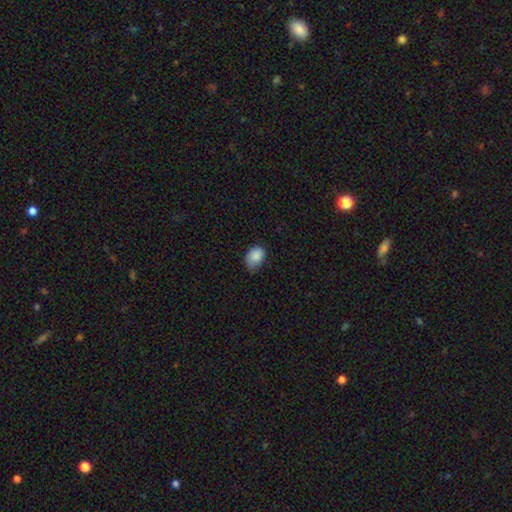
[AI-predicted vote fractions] Smooth or featured? Predicted: smooth (p=0.86). How rounded? Predicted: in between (p=0.76). Merging? Predicted: none (p=0.47).